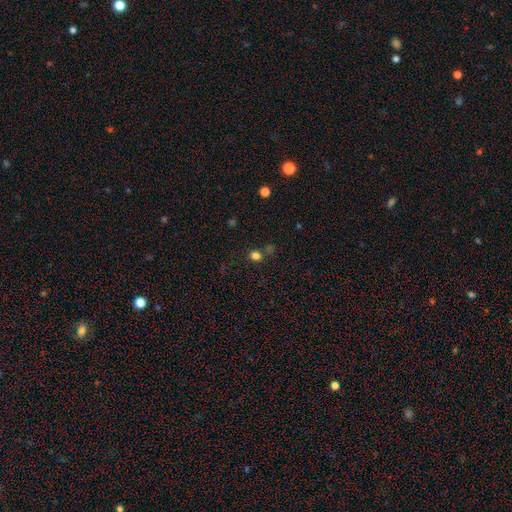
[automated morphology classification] Q: Smooth or featured?
A: smooth (78%); runner-up: star or artifact (17%)
Q: How rounded?
A: round (68%); runner-up: in between (31%)
Q: Merging?
A: none (73%); runner-up: merger (12%)